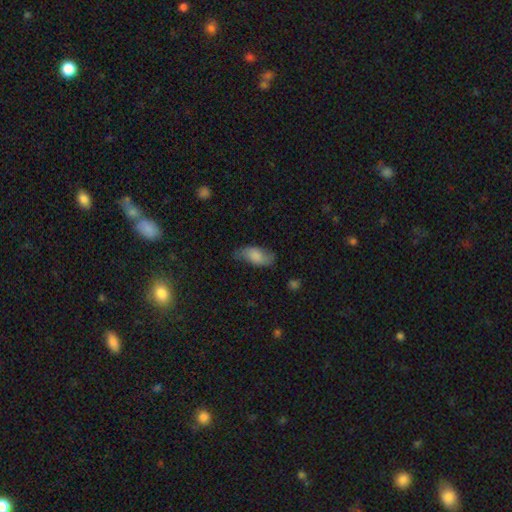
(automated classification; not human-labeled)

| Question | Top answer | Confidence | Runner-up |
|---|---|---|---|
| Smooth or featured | smooth | 71% | featured or disk (21%) |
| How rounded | in between | 90% | cigar-shaped (7%) |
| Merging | none | 63% | minor disturbance (27%) |